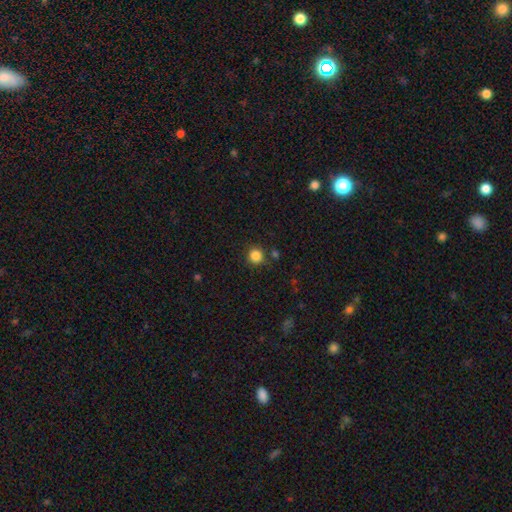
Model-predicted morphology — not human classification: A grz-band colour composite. It shows a smooth galaxy with no disk features (84%) that is round (93%). Merging: none (85%).